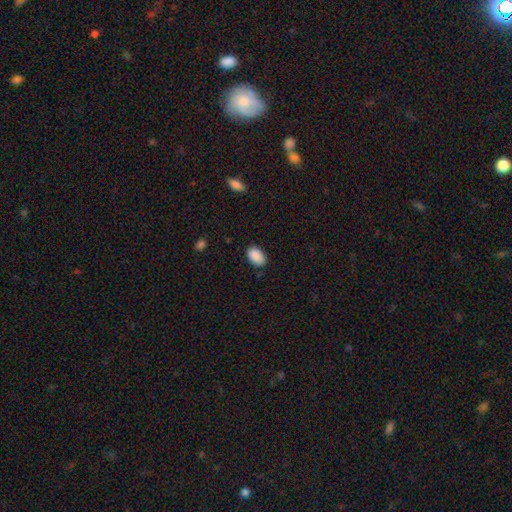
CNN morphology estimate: This is clearly a smooth galaxy (90%). How rounded: clearly in between (91%). Merging: clearly none (84%).